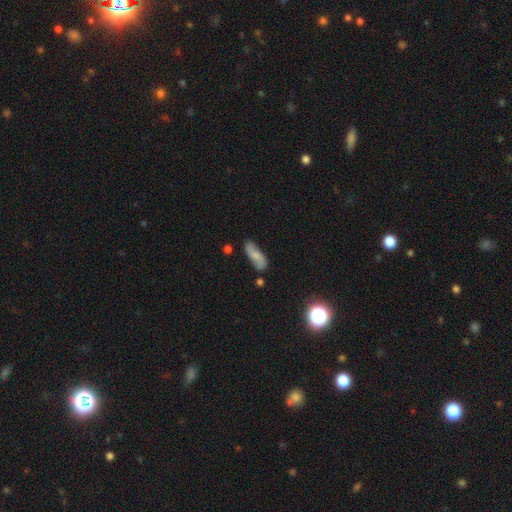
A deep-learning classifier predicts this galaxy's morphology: Smooth or featured? Predicted: smooth (p=0.56). How rounded? Predicted: in between (p=0.63). Merging? Predicted: none (p=0.71).